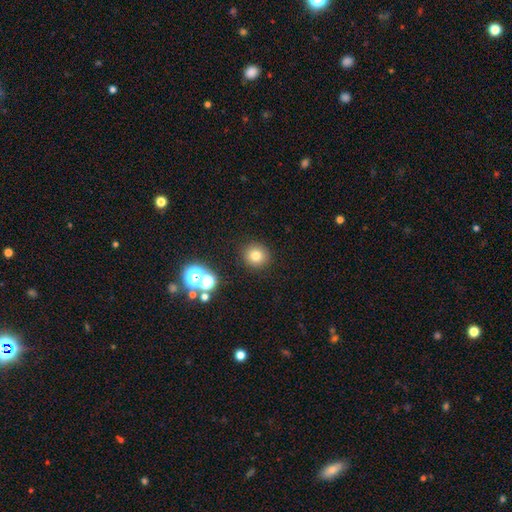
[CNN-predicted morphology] Smooth or featured? Predicted: smooth (p=0.75). How rounded? Predicted: round (p=0.90). Merging? Predicted: none (p=0.87).